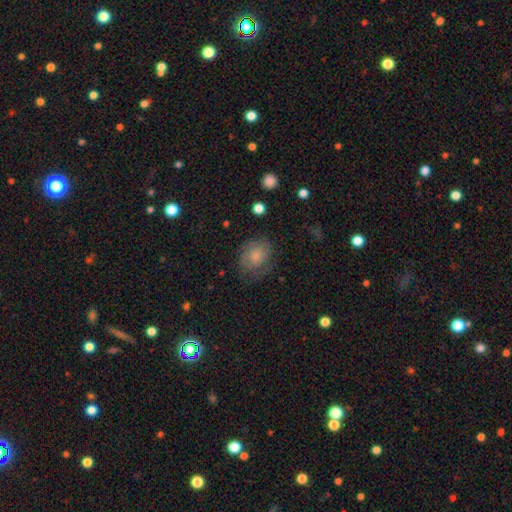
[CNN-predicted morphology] A smooth galaxy with no disk features (69%) that is in between round and cigar-shaped (54%).

Vote fractions:
- Smooth or featured? smooth: 69% / featured or disk: 22% / star or artifact: 9%
- How rounded? in between: 54% / round: 44% / cigar-shaped: 1%
- Merging? none: 62% / minor disturbance: 24% / major disturbance: 13% / merger: 1%